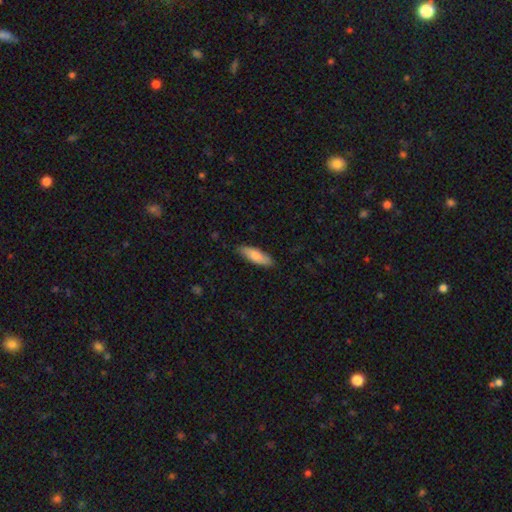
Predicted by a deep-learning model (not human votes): Smooth or featured?
  - smooth: 80% *
  - featured or disk: 15%
  - star or artifact: 5%
How rounded?
  - in between: 52% *
  - cigar-shaped: 46%
  - round: 2%
Merging?
  - none: 84% *
  - minor disturbance: 13%
  - major disturbance: 2%
  - merger: 1%